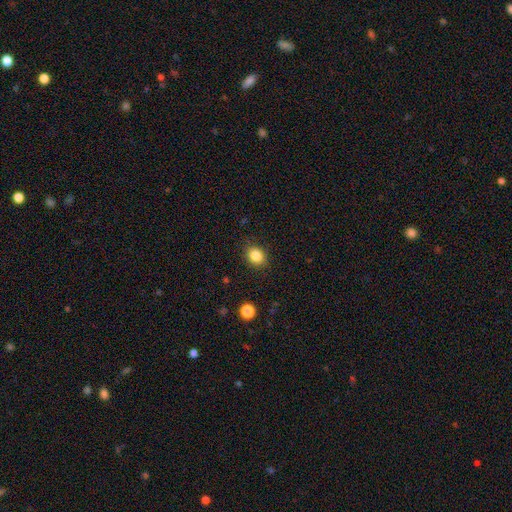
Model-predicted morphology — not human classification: This is clearly a smooth galaxy (85%). How rounded: likely round (61%). Merging: clearly none (87%).